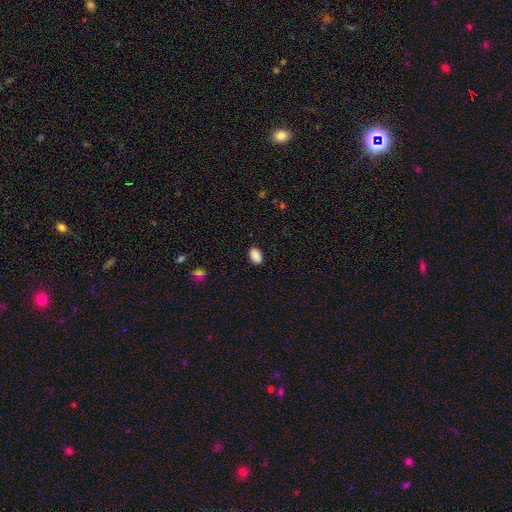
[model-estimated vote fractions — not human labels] Morphology: type=smooth (88%); roundness=in between (91%); merging=none (87%).